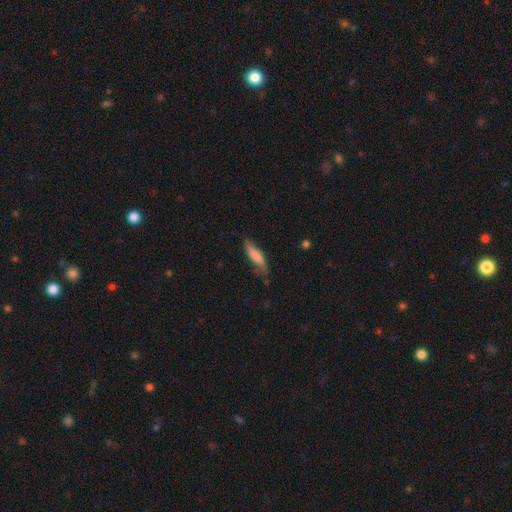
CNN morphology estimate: A smooth galaxy with no disk features (66%) that is cigar-shaped (70%).

Vote fractions:
- Smooth or featured? smooth: 66% / featured or disk: 28% / star or artifact: 6%
- How rounded? cigar-shaped: 70% / in between: 28% / round: 2%
- Merging? none: 61% / minor disturbance: 29% / major disturbance: 7% / merger: 2%